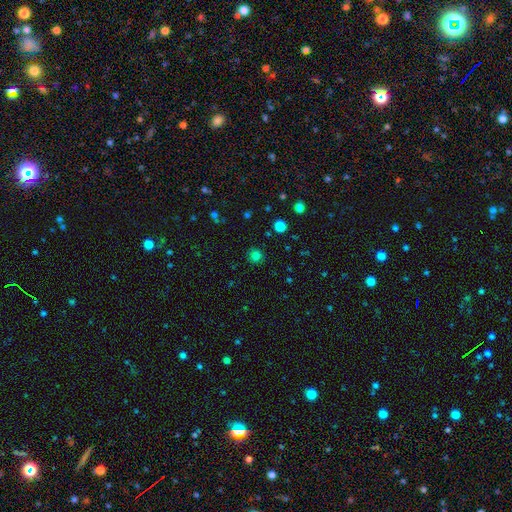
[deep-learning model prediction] Smooth or featured?
  - smooth: 78% *
  - star or artifact: 17%
  - featured or disk: 5%
How rounded?
  - round: 92% *
  - in between: 7%
  - cigar-shaped: 1%
Merging?
  - none: 89% *
  - minor disturbance: 7%
  - major disturbance: 3%
  - merger: 1%